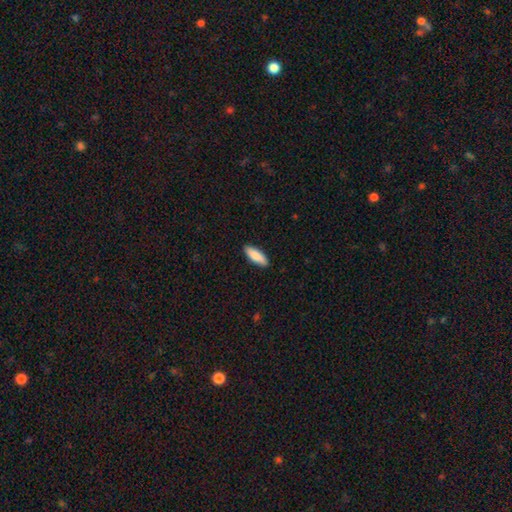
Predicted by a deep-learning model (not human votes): The model was most divided on "how rounded": in between: 60%, cigar-shaped: 38%, round: 2%. More confident: merging — none (91%); smooth or featured — smooth (87%).